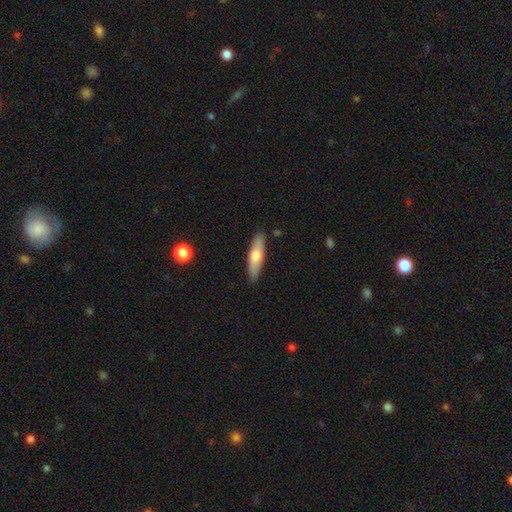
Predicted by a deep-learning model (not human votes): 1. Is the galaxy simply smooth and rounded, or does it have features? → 63% smooth, 31% featured or disk, 5% star or artifact.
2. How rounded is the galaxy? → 63% cigar-shaped, 35% in between, 2% round.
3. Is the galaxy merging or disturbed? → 86% none, 10% minor disturbance, 2% major disturbance, 2% merger.